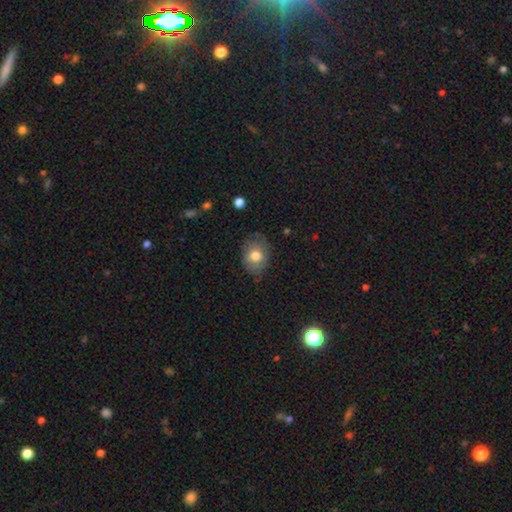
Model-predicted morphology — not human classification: Q: Smooth or featured?
A: smooth (69%); runner-up: featured or disk (22%)
Q: How rounded?
A: in between (61%); runner-up: round (38%)
Q: Merging?
A: none (69%); runner-up: minor disturbance (23%)